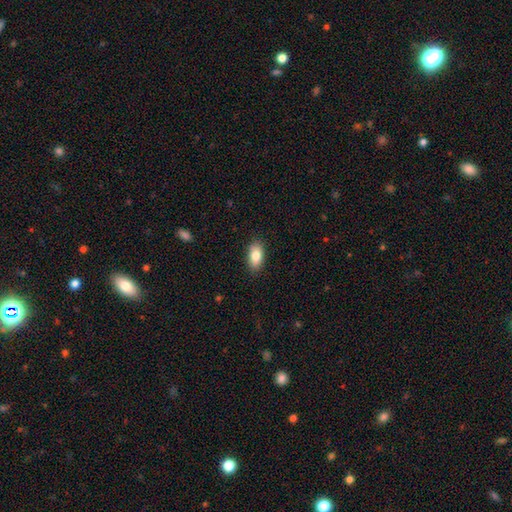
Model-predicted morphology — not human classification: smooth 82%, featured or disk 10%, star or artifact 7%. Down the decision tree: how rounded — in between (90%); merging — none (87%).